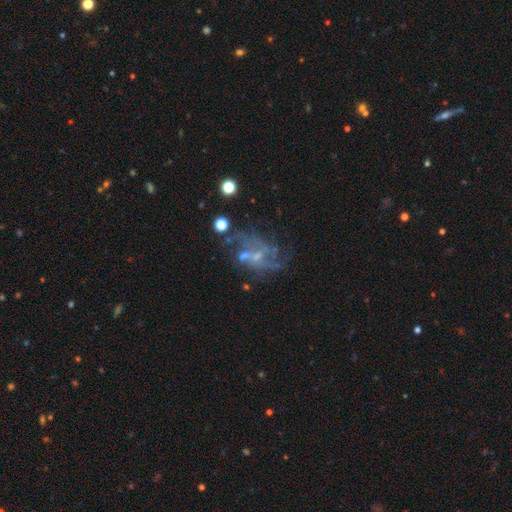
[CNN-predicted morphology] Overall: featured or disk (71%). Edge-on disk: no (97%). Bar: no (60%; weak 32%). Spiral arms: yes (60%; no 40%). Bulge size: small (48%; none 28%). Merging: none (41%; major disturbance 30%).